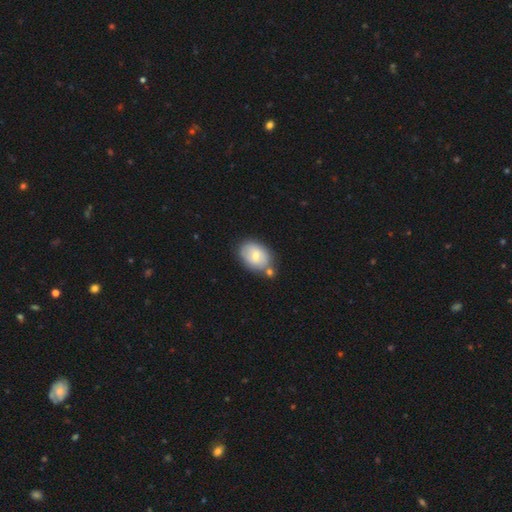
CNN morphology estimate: The model was most divided on "smooth or featured": smooth: 66%, featured or disk: 27%, star or artifact: 7%. More confident: how rounded — in between (79%); merging — none (60%).